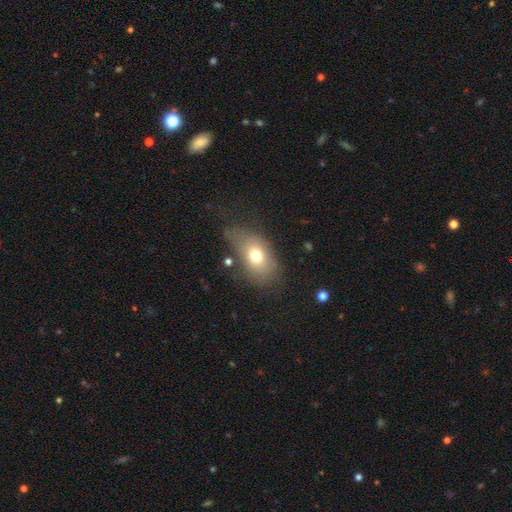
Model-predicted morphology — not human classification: This appears to be a smooth galaxy with no disk features (70%) that is in between round and cigar-shaped (82%). Merging: none (53%).